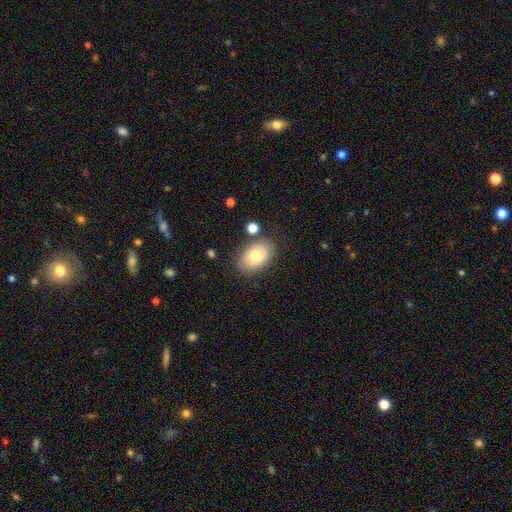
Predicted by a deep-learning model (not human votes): This appears to be a smooth galaxy with no disk features (78%) that is in between round and cigar-shaped (89%). Merging: none (80%).